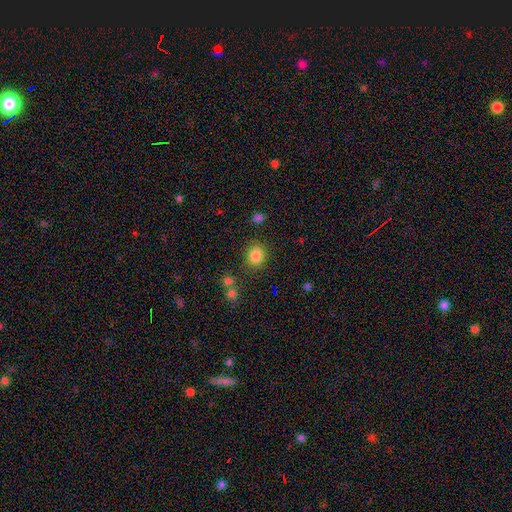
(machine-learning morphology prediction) Smooth or featured?
  - smooth: 83% *
  - star or artifact: 11%
  - featured or disk: 5%
How rounded?
  - round: 72% *
  - in between: 27%
  - cigar-shaped: 1%
Merging?
  - none: 81% *
  - minor disturbance: 11%
  - merger: 5%
  - major disturbance: 4%